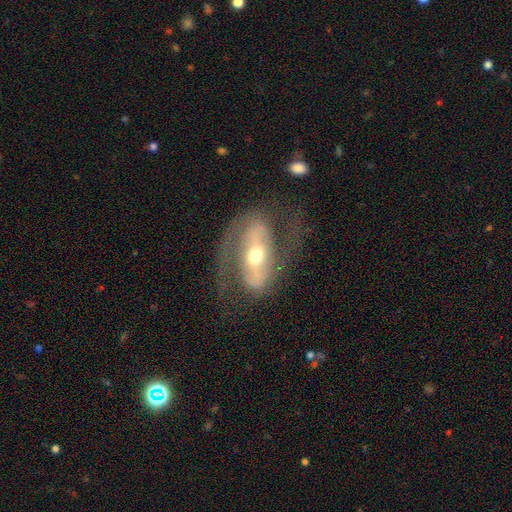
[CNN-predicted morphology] type=featured or disk (80%); edge-on=no (91%); bar=strong (49%); spiral arms=yes (74%); winding=medium (45%); arm count=2 (84%); bulge=moderate (73%); merging=none (63%).